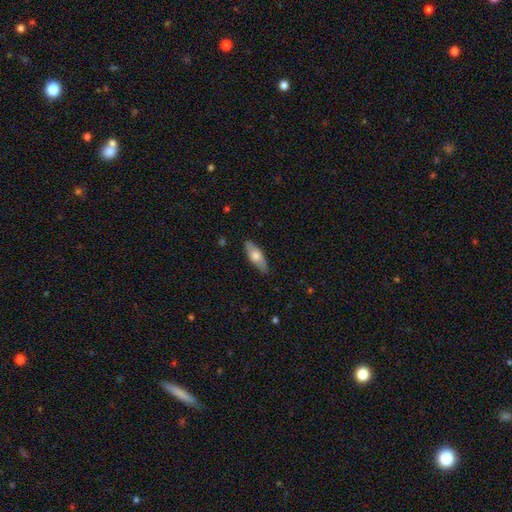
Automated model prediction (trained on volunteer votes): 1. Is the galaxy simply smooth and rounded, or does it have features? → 64% smooth, 31% featured or disk, 6% star or artifact.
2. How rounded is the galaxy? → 67% in between, 30% cigar-shaped, 3% round.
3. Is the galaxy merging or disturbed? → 84% none, 13% minor disturbance, 2% major disturbance, 1% merger.